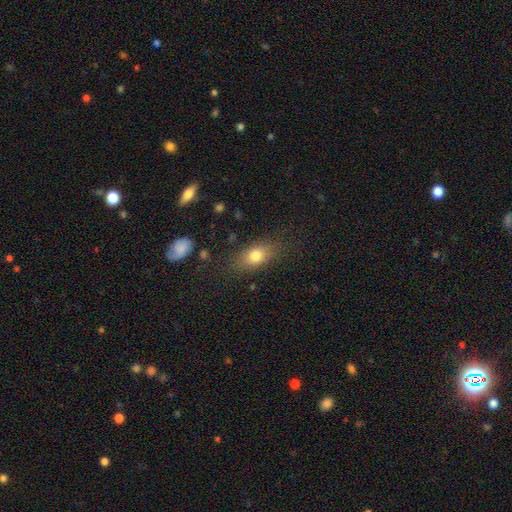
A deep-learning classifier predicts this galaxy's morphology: Q: Smooth or featured?
A: smooth (77%); runner-up: featured or disk (13%)
Q: How rounded?
A: in between (76%); runner-up: round (15%)
Q: Merging?
A: none (79%); runner-up: minor disturbance (14%)